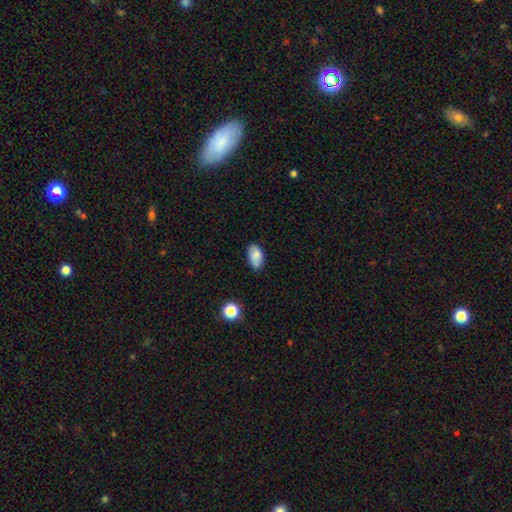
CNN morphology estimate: Smooth or featured? smooth (80%)
How rounded? in between (93%)
Merging? none (75%)